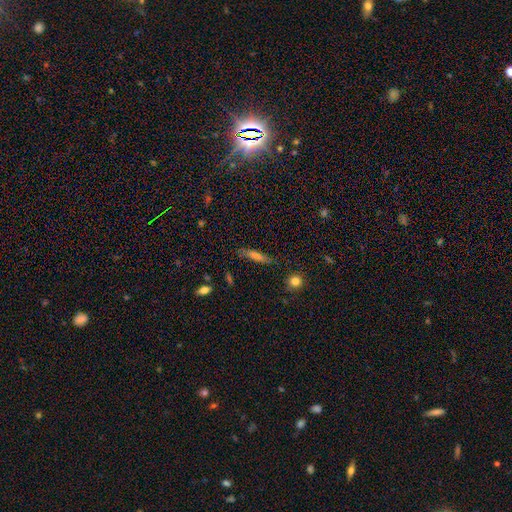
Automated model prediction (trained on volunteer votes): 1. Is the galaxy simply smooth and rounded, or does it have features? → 64% smooth, 26% featured or disk, 10% star or artifact.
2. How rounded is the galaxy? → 83% cigar-shaped, 14% in between, 3% round.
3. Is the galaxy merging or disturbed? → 82% none, 13% minor disturbance, 3% major disturbance, 2% merger.